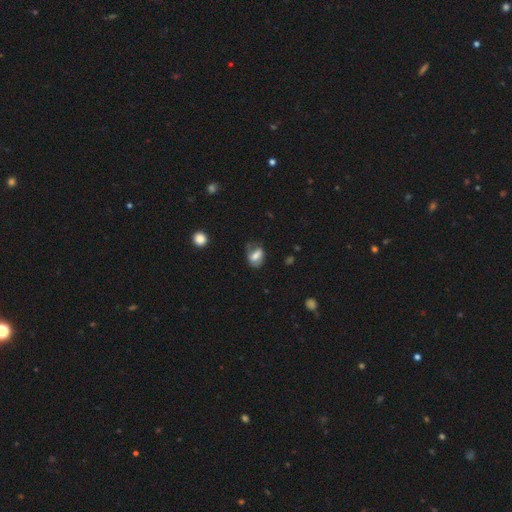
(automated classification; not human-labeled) This appears to be a smooth galaxy with no disk features (62%) that is in between round and cigar-shaped (77%). Merging: none (47%).